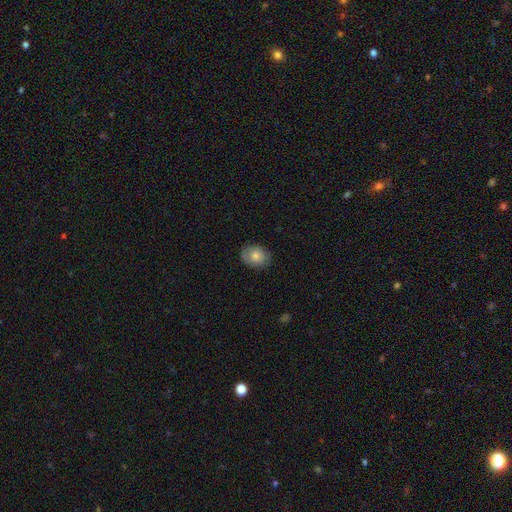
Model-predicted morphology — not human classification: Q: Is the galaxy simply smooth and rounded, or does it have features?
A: smooth — 69%.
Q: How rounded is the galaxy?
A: round — 50%.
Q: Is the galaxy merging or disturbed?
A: none — 80%.